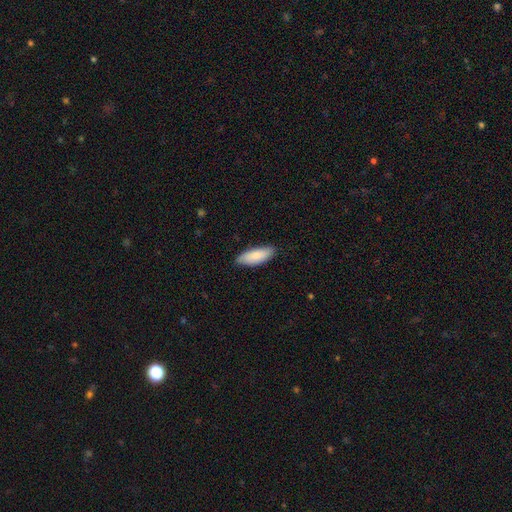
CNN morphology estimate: Smooth or featured: smooth — 83% (featured or disk — 12%)
How rounded: in between — 73% (cigar-shaped — 25%)
Merging: none — 84% (minor disturbance — 13%)